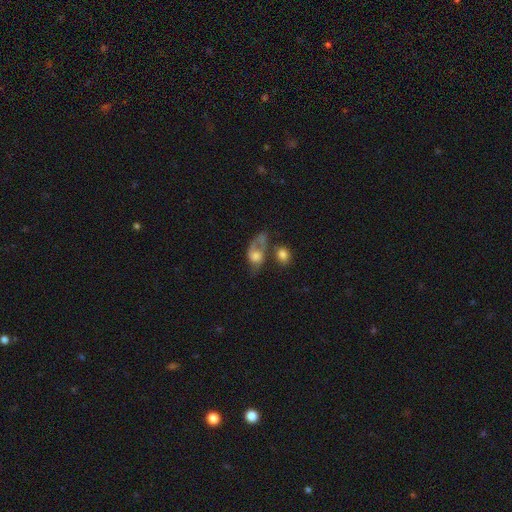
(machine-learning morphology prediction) The model was most divided on "smooth or featured": featured or disk: 47%, smooth: 43%, star or artifact: 10%. Remaining: merging — major disturbance (33%).